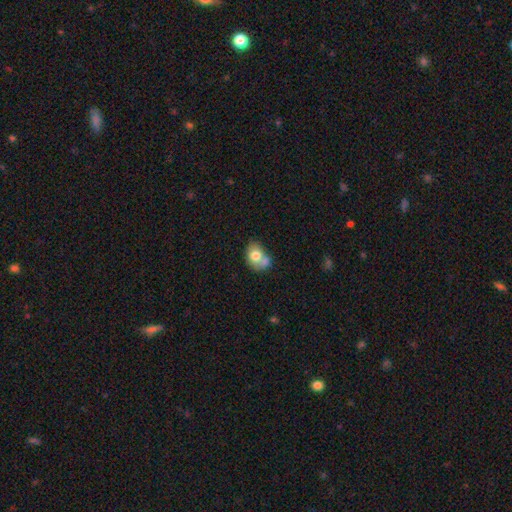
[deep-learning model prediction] smooth-or-featured: smooth: 72% | featured or disk: 19% | star or artifact: 9%
  how-rounded: in between: 58% | round: 41% | cigar-shaped: 1%
  merging: merger: 43% | none: 32% | minor disturbance: 17% | major disturbance: 8%